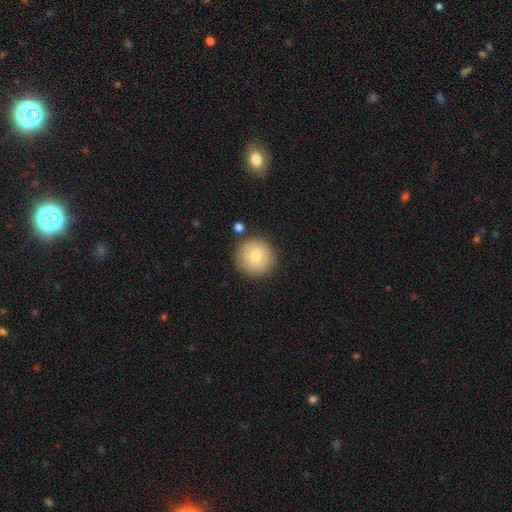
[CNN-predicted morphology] The model was most divided on "smooth or featured": smooth: 72%, featured or disk: 19%, star or artifact: 9%. More confident: how rounded — round (95%); merging — none (87%).